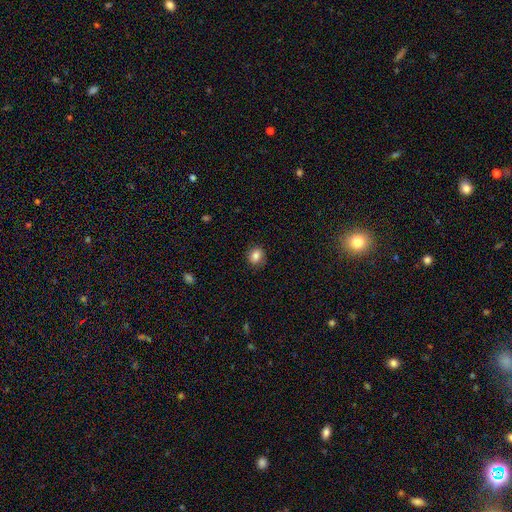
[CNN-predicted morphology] Overall: smooth (83%). How rounded: round (69%; in between 30%). Merging: none (85%).